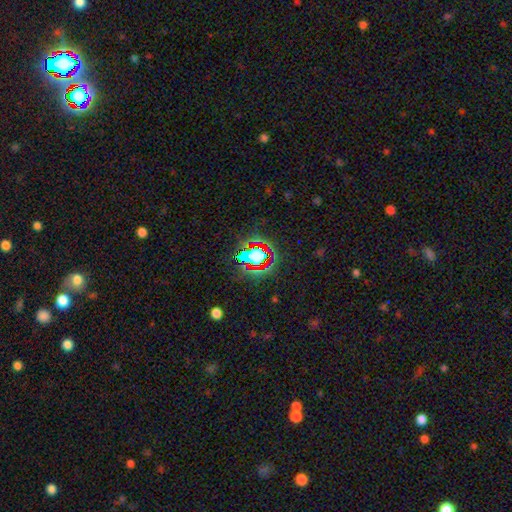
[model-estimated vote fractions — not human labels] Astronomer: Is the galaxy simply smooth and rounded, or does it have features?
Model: star or artifact — 56%.